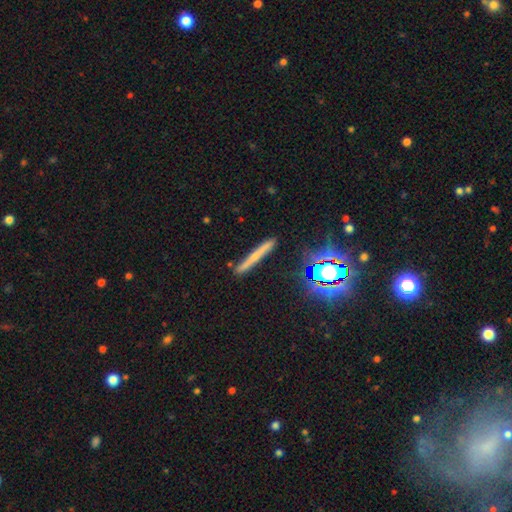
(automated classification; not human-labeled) Smooth or featured? Predicted: smooth (p=0.49). Merging? Predicted: none (p=0.85).